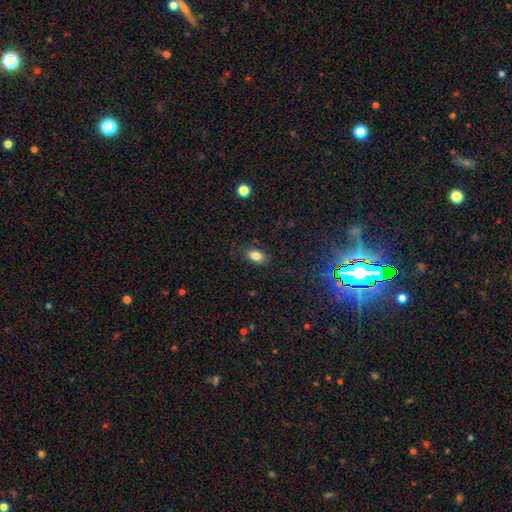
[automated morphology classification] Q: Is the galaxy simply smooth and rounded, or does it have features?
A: smooth — 84%.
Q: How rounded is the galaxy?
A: in between — 89%.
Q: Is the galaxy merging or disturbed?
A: none — 85%.